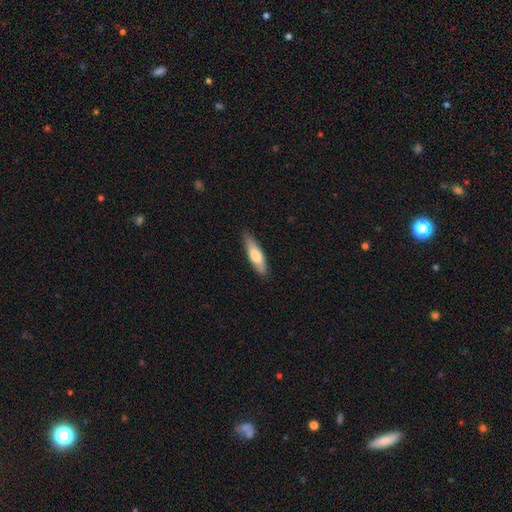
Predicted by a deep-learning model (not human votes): This appears to be a smooth galaxy with no disk features (67%) that is cigar-shaped (65%). Merging: none (82%).